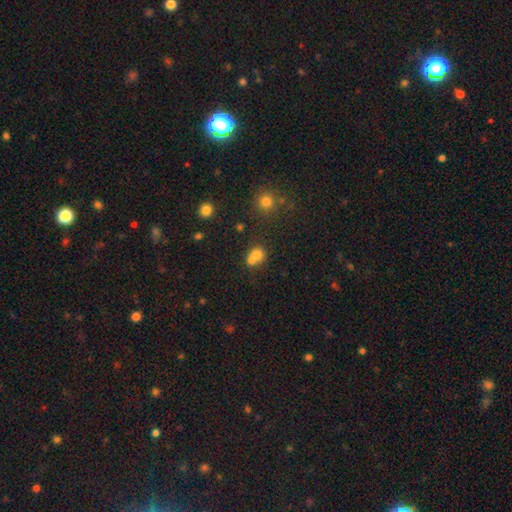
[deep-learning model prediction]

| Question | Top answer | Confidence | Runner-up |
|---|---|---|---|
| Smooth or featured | smooth | 73% | featured or disk (14%) |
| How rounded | round | 71% | in between (28%) |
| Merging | merger | 58% | none (32%) |